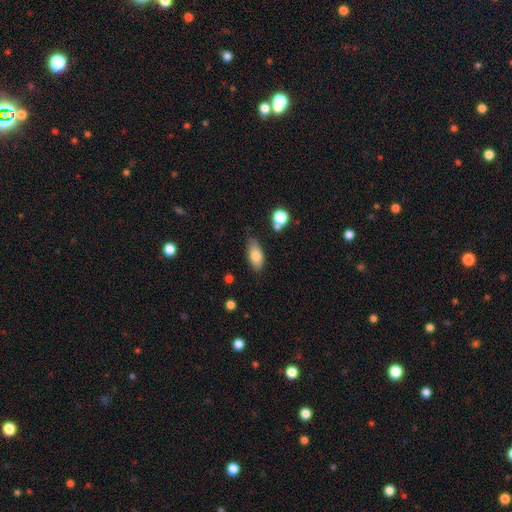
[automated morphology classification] type=smooth (78%); roundness=in between (87%); merging=none (74%).